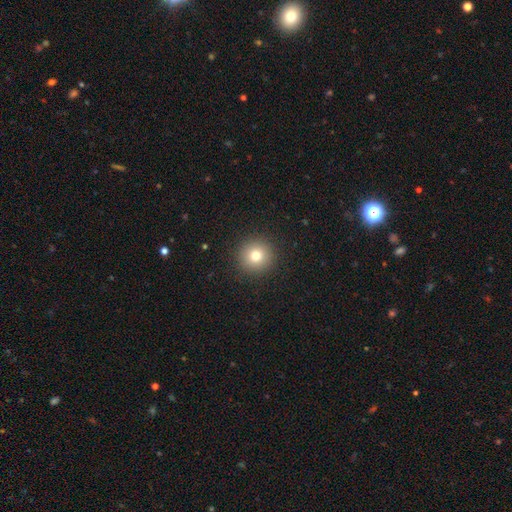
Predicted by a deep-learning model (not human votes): smooth 78%, star or artifact 13%, featured or disk 9%. Down the decision tree: how rounded — round (95%); merging — none (92%).